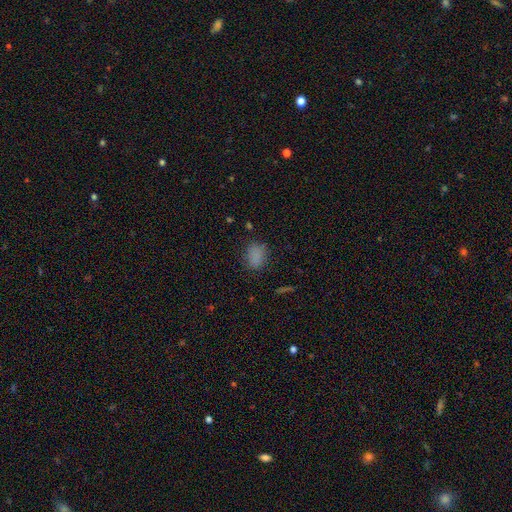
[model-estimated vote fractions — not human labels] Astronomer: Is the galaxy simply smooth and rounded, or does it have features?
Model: smooth — 81%.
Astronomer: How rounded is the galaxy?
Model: in between — 66%.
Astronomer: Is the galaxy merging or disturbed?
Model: none — 76%.